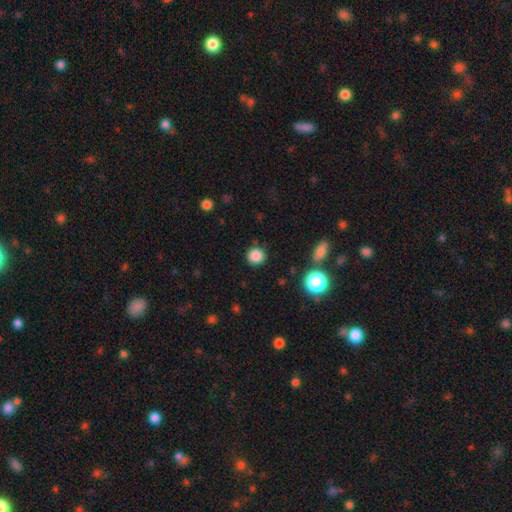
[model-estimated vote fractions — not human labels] A smooth galaxy with no disk features (85%) that is round (92%).

Vote fractions:
- Smooth or featured? smooth: 85% / star or artifact: 11% / featured or disk: 4%
- How rounded? round: 92% / in between: 7% / cigar-shaped: 1%
- Merging? none: 89% / minor disturbance: 7% / major disturbance: 2% / merger: 2%